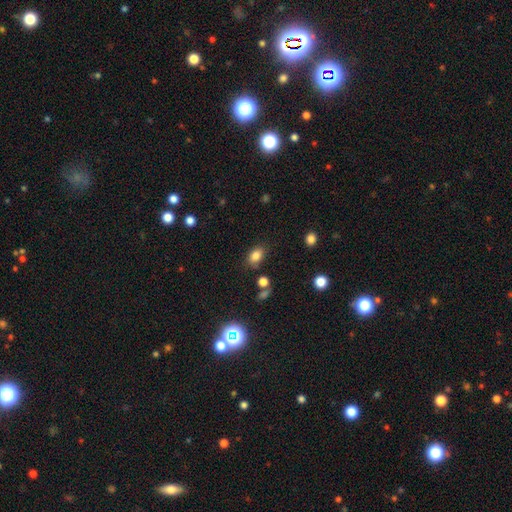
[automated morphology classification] Overall: smooth (81%). How rounded: in between (79%). Merging: none (78%).